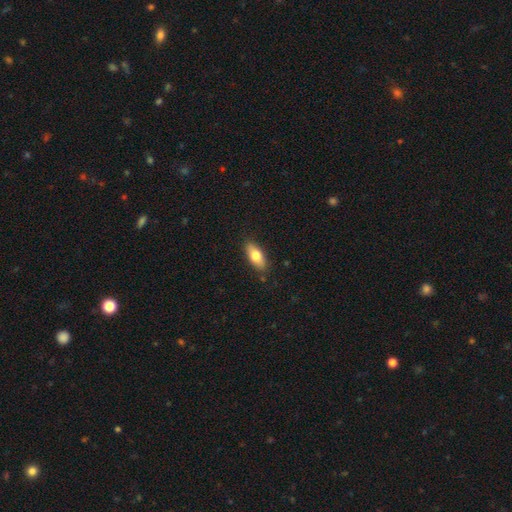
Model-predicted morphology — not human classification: smooth-or-featured: smooth: 75% | featured or disk: 19% | star or artifact: 6%
  how-rounded: in between: 80% | cigar-shaped: 17% | round: 3%
  merging: none: 85% | minor disturbance: 11% | major disturbance: 2% | merger: 1%